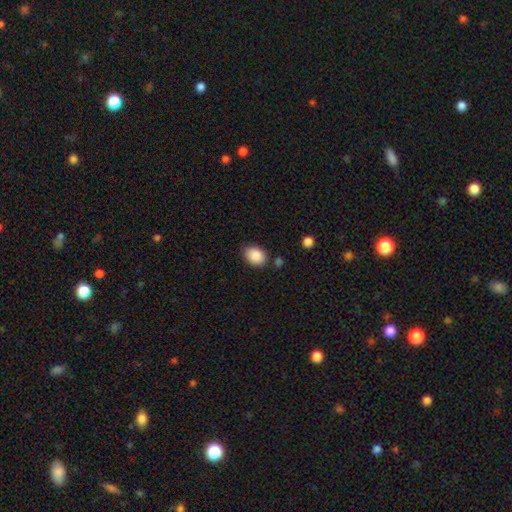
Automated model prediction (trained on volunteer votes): smooth_or_featured: smooth (p=0.87) [alt: star or artifact p=0.08]
how_rounded: in between (p=0.70) [alt: round p=0.29]
merging: none (p=0.74) [alt: minor disturbance p=0.18]